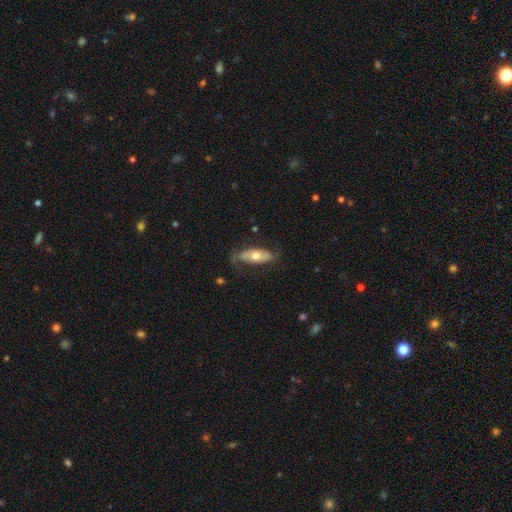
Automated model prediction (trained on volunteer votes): Smooth or featured?
  - smooth: 53% *
  - featured or disk: 41%
  - star or artifact: 6%
How rounded?
  - in between: 76% *
  - cigar-shaped: 21%
  - round: 3%
Merging?
  - none: 70% *
  - minor disturbance: 21%
  - major disturbance: 7%
  - merger: 1%